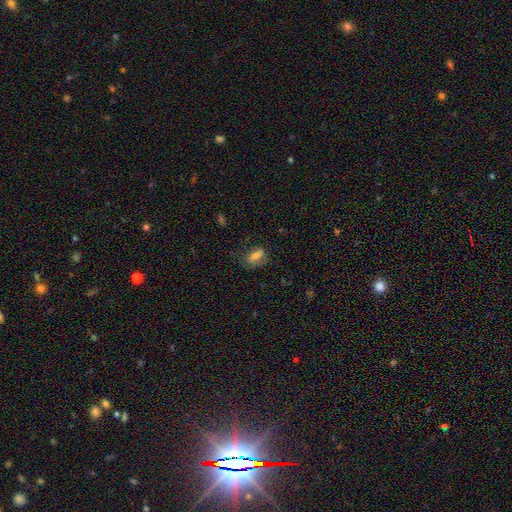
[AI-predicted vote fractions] Smooth or featured?
  - smooth: 62% *
  - featured or disk: 21%
  - star or artifact: 17%
How rounded?
  - in between: 75% *
  - cigar-shaped: 13%
  - round: 12%
Merging?
  - none: 59% *
  - minor disturbance: 24%
  - major disturbance: 14%
  - merger: 2%